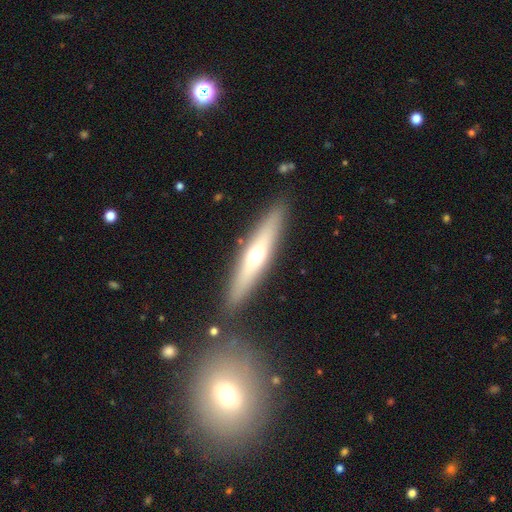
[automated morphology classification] Smooth or featured? Predicted: featured or disk (p=0.50). Edge-on disk? Predicted: yes (p=0.86). Merging? Predicted: none (p=0.85).